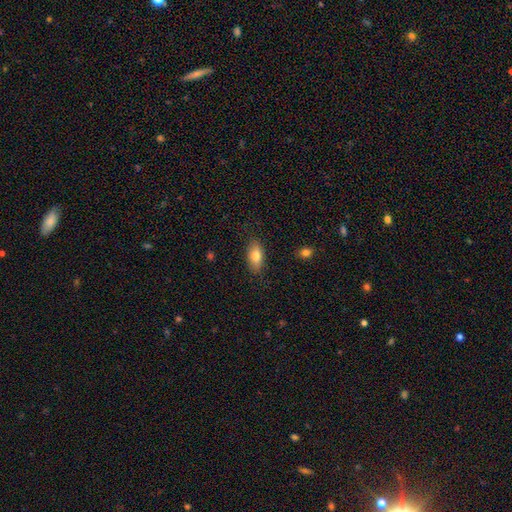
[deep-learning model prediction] Smooth or featured? smooth (78%)
How rounded? in between (87%)
Merging? none (84%)